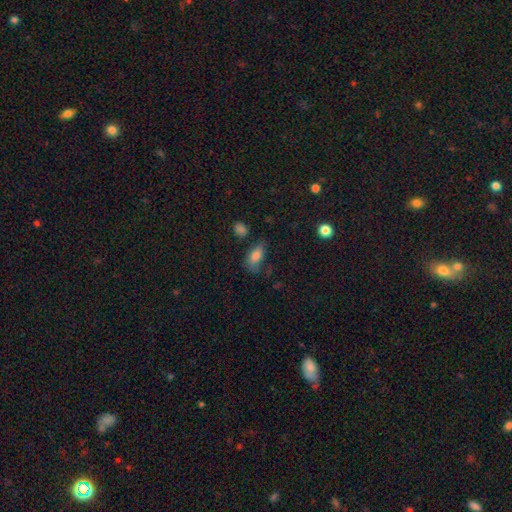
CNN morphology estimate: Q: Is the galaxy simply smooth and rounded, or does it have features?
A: smooth — 79%.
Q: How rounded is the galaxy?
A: in between — 86%.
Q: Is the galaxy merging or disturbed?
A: none — 53%.